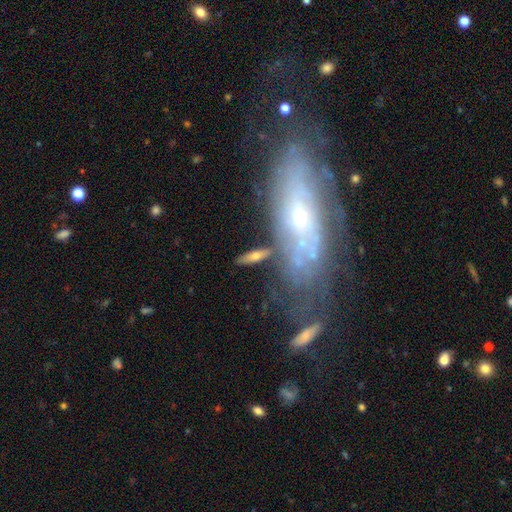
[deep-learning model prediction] This is possibly a smooth galaxy (51%). How rounded: possibly cigar-shaped (49%). Merging: likely none (71%).